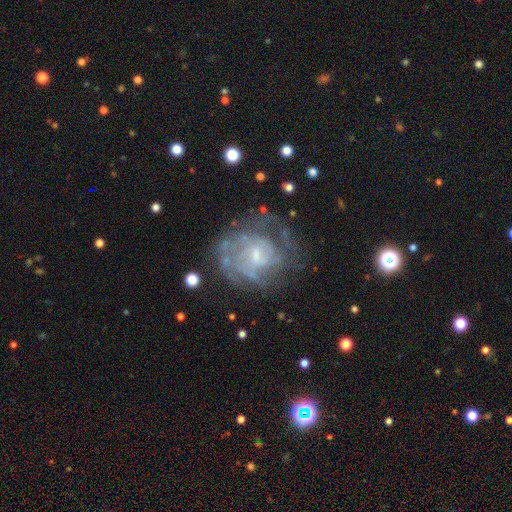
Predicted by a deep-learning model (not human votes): Smooth or featured? featured or disk (79%)
Edge-on disk? no (98%)
Bar? weak (49%)
Spiral arms? yes (81%)
Spiral winding? tight (53%)
Spiral arm count? can't tell (50%)
Bulge size? small (58%)
Merging? none (57%)